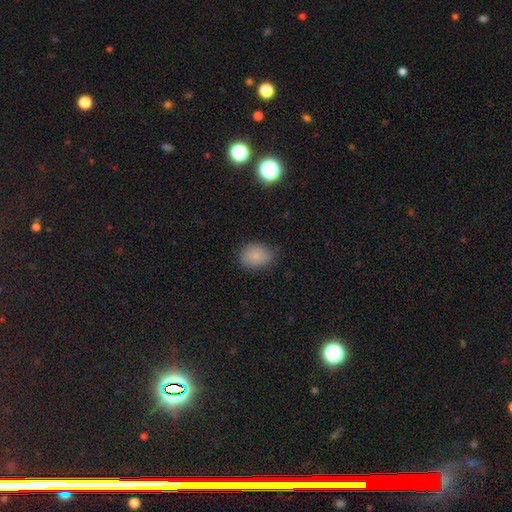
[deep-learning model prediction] Morphology: type=smooth (84%); roundness=in between (57%); merging=none (75%).